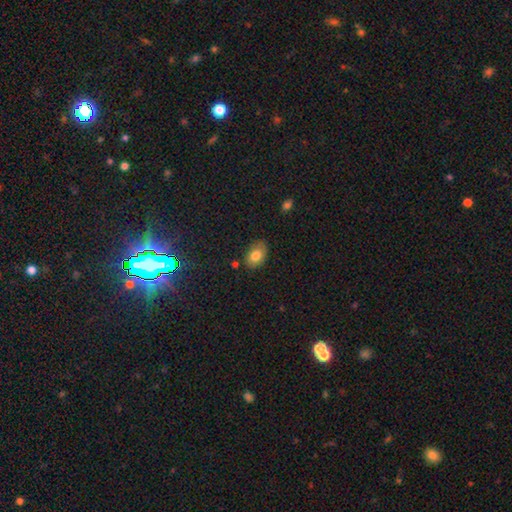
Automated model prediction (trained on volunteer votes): This is likely a smooth galaxy (79%). How rounded: clearly in between (88%). Merging: likely none (78%).